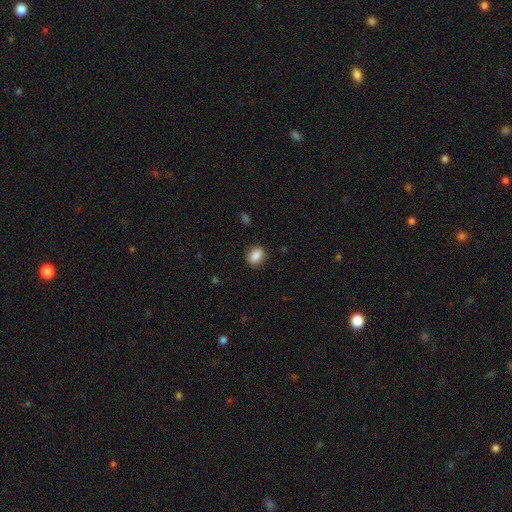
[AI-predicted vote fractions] This appears to be a smooth galaxy with no disk features (87%) that is in between round and cigar-shaped (63%). Merging: none (86%).